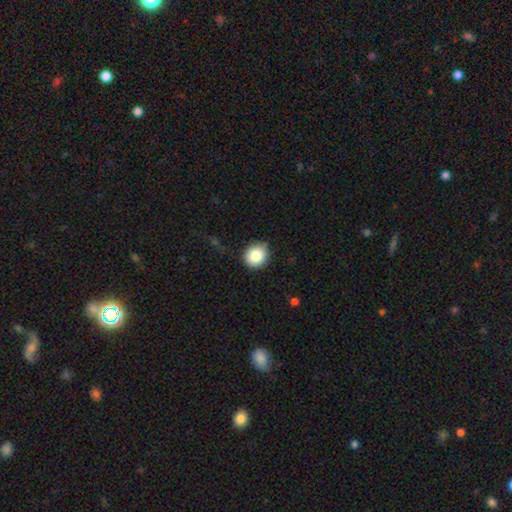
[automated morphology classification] The model was most divided on "how rounded": round: 81%, in between: 18%, cigar-shaped: 1%. More confident: smooth or featured — smooth (84%); merging — none (83%).